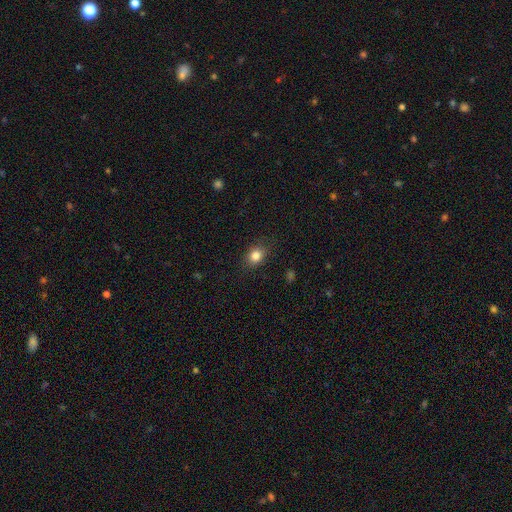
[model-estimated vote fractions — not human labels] smooth_or_featured: smooth (p=0.84) [alt: star or artifact p=0.10]
how_rounded: round (p=0.51) [alt: in between p=0.47]
merging: none (p=0.83) [alt: minor disturbance p=0.13]